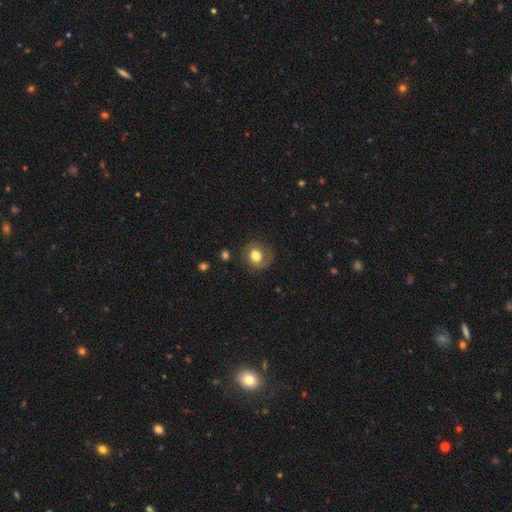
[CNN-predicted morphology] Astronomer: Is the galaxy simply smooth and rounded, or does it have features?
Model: smooth — 69%.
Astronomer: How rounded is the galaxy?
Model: round — 73%.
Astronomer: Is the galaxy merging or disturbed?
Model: none — 77%.